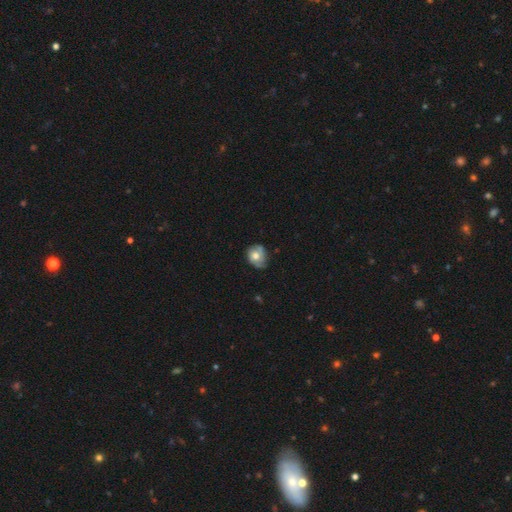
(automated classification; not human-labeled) This appears to be a smooth galaxy with no disk features (56%) that is round (58%). Merging: none (59%).